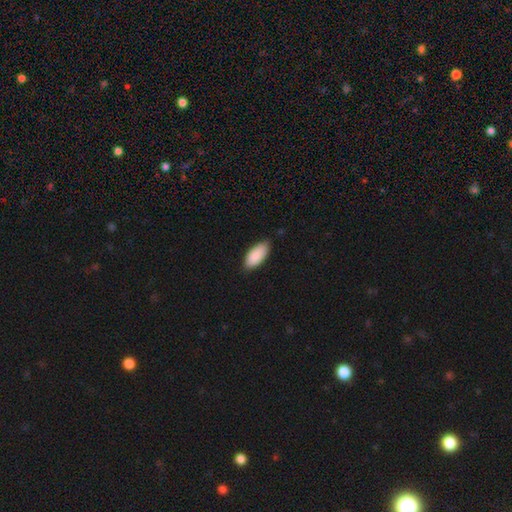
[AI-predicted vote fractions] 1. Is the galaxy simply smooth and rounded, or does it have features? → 90% smooth, 6% star or artifact, 5% featured or disk.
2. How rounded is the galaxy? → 92% in between, 7% cigar-shaped, 2% round.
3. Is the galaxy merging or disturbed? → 80% none, 17% minor disturbance, 2% major disturbance, 1% merger.